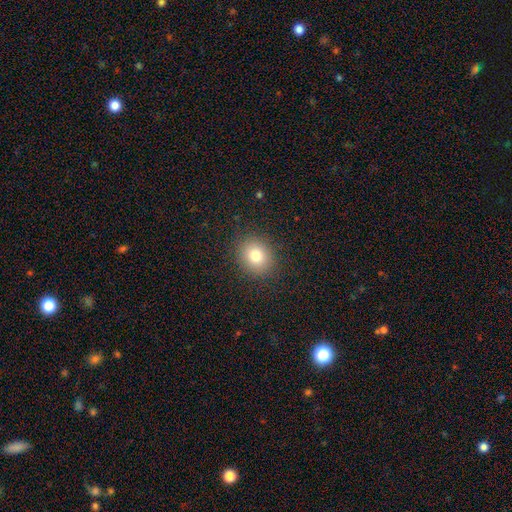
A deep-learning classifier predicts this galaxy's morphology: This is likely a smooth galaxy (78%). How rounded: likely round (74%). Merging: clearly none (89%).